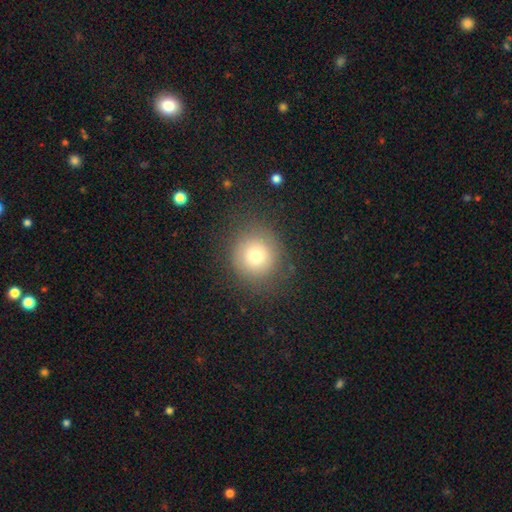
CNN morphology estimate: This is likely a smooth galaxy (75%). How rounded: clearly round (90%). Merging: clearly none (82%).